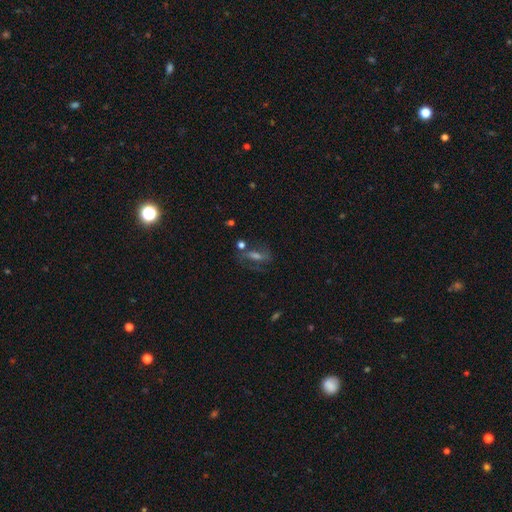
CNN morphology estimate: This is possibly a featured or disk galaxy (51%). It is likely not viewed edge-on (80%). Merging: likely none (60%).